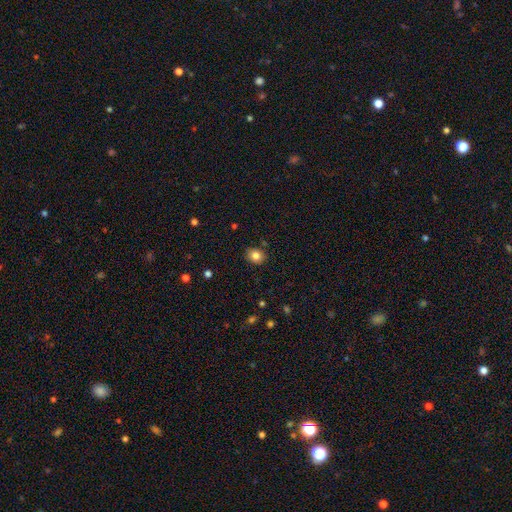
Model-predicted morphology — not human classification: Smooth or featured? Predicted: smooth (p=0.82). How rounded? Predicted: round (p=0.65). Merging? Predicted: none (p=0.86).